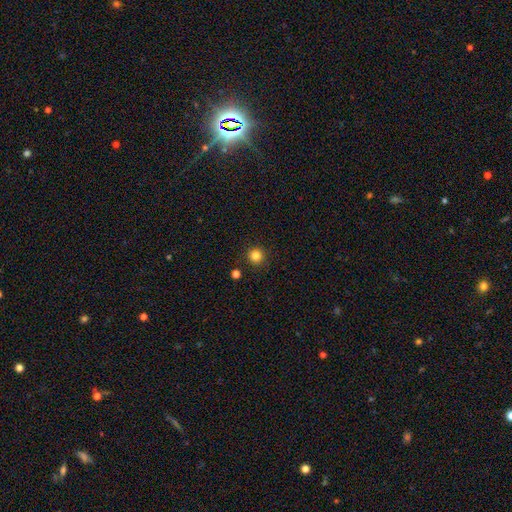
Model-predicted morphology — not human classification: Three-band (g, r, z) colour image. It shows a smooth galaxy with no disk features (83%) that is round (95%). Merging: none (91%).